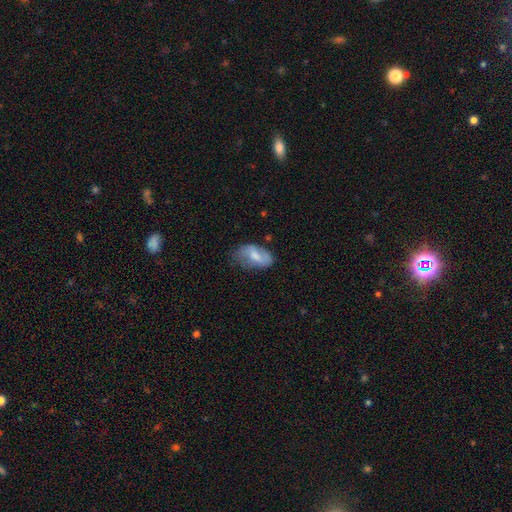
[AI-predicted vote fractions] A smooth galaxy with no disk features (57%) that is in between round and cigar-shaped (92%).

Vote fractions:
- Smooth or featured? smooth: 57% / featured or disk: 35% / star or artifact: 7%
- How rounded? in between: 92% / round: 5% / cigar-shaped: 3%
- Merging? none: 42% / minor disturbance: 37% / major disturbance: 18% / merger: 3%